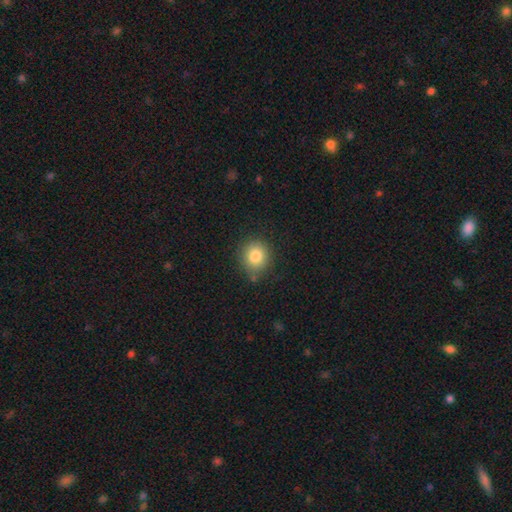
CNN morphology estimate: Q: Smooth or featured?
A: smooth (83%); runner-up: star or artifact (10%)
Q: How rounded?
A: round (82%); runner-up: in between (17%)
Q: Merging?
A: none (80%); runner-up: minor disturbance (14%)